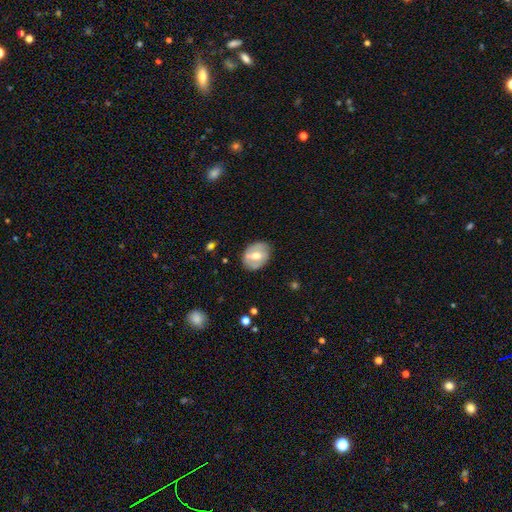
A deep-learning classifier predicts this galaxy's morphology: Q: Smooth or featured?
A: featured or disk (52%); runner-up: smooth (41%)
Q: Edge-on disk?
A: no (93%); runner-up: yes (7%)
Q: Merging?
A: none (74%); runner-up: minor disturbance (19%)